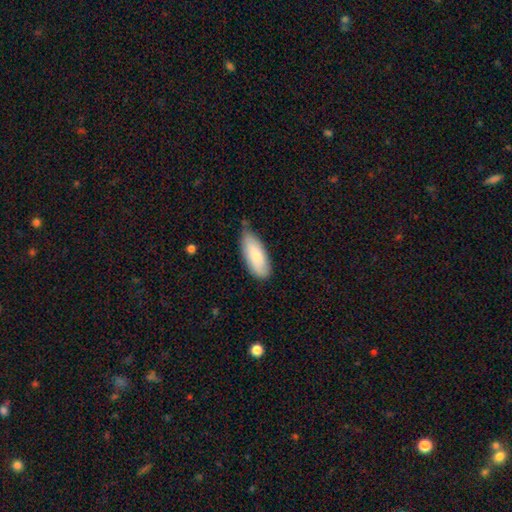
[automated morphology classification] A smooth galaxy with no disk features (77%) that is in between round and cigar-shaped (81%).

Vote fractions:
- Smooth or featured? smooth: 77% / featured or disk: 17% / star or artifact: 6%
- How rounded? in between: 81% / cigar-shaped: 17% / round: 2%
- Merging? none: 63% / minor disturbance: 31% / major disturbance: 4% / merger: 2%